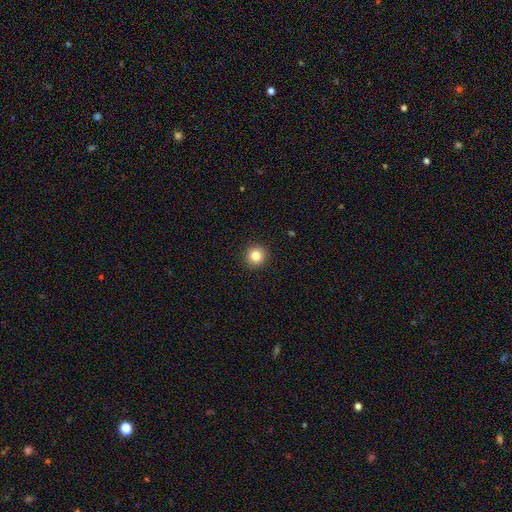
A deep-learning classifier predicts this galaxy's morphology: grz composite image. It shows a smooth galaxy with no disk features (82%) that is round (95%). Merging: none (93%).